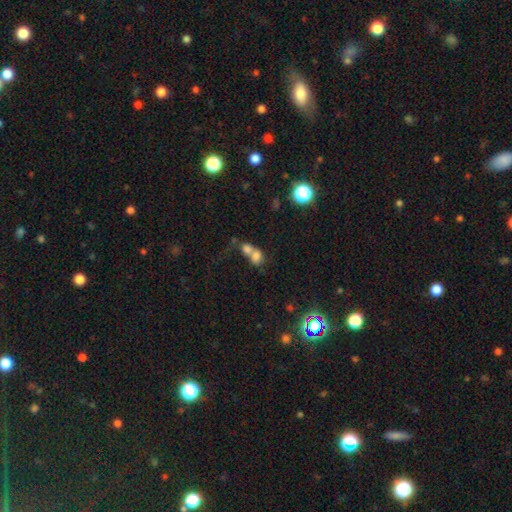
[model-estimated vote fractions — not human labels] Smooth or featured?
  - smooth: 69% *
  - featured or disk: 17%
  - star or artifact: 13%
How rounded?
  - round: 51% *
  - in between: 47%
  - cigar-shaped: 2%
Merging?
  - merger: 74% *
  - none: 16%
  - minor disturbance: 5%
  - major disturbance: 5%